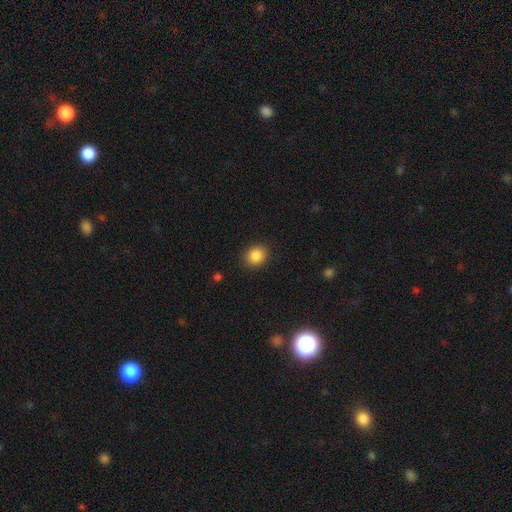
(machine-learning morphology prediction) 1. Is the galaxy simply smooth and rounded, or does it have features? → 86% smooth, 9% star or artifact, 4% featured or disk.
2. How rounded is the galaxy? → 66% round, 33% in between, 1% cigar-shaped.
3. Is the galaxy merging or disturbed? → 89% none, 8% minor disturbance, 2% major disturbance, 1% merger.